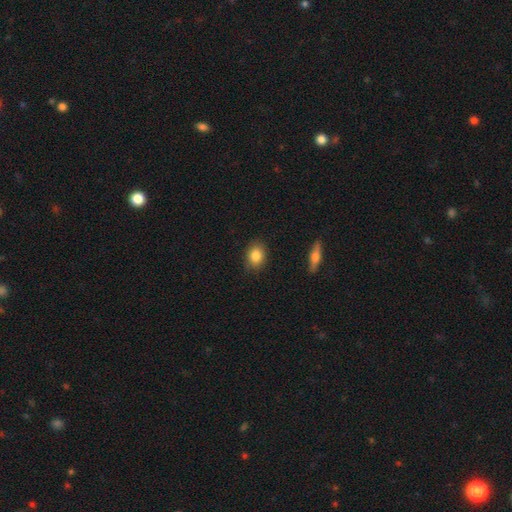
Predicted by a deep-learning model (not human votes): Smooth or featured: smooth — 85% (star or artifact — 8%)
How rounded: in between — 59% (round — 39%)
Merging: none — 85% (minor disturbance — 11%)